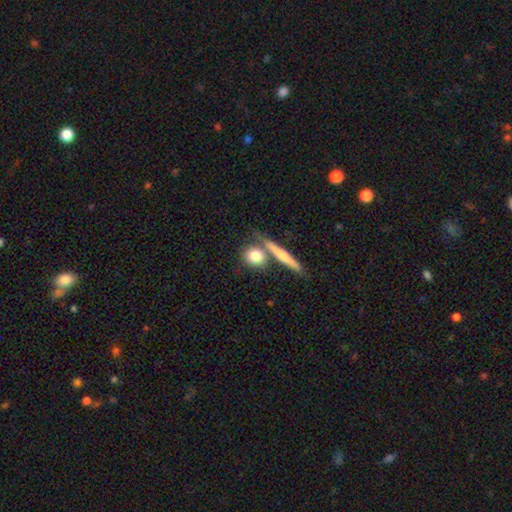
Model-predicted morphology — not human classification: smooth_or_featured: smooth (p=0.77) [alt: featured or disk p=0.16]
how_rounded: round (p=0.70) [alt: in between p=0.19]
merging: none (p=0.62) [alt: merger p=0.22]